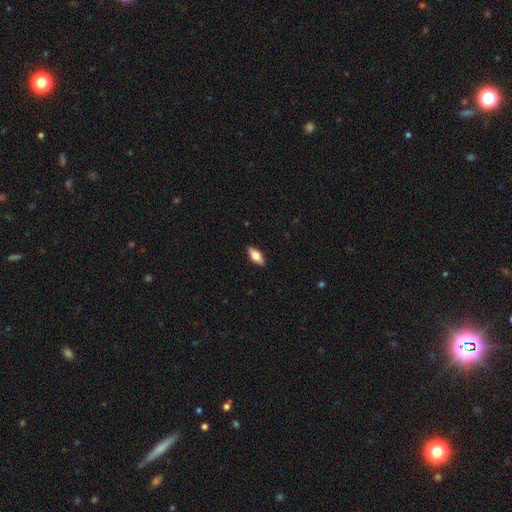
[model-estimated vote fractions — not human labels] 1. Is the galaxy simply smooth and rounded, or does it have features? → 62% smooth, 31% featured or disk, 7% star or artifact.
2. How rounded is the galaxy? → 80% in between, 17% cigar-shaped, 3% round.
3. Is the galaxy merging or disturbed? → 88% none, 9% minor disturbance, 2% major disturbance, 1% merger.